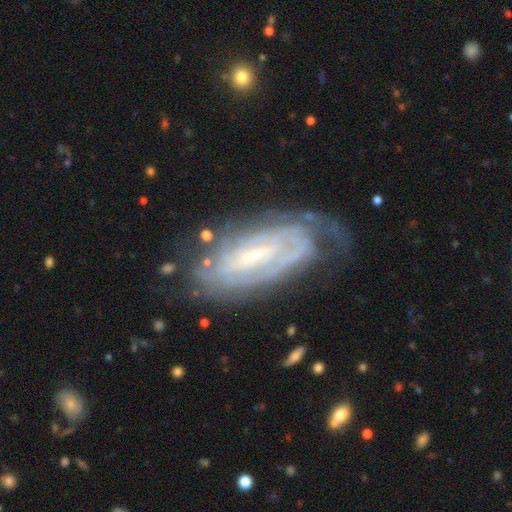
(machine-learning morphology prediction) Q: Smooth or featured?
A: featured or disk (79%); runner-up: smooth (13%)
Q: Edge-on disk?
A: no (90%); runner-up: yes (10%)
Q: Bar?
A: weak (45%); runner-up: strong (28%)
Q: Spiral arms?
A: yes (87%); runner-up: no (13%)
Q: Spiral winding?
A: tight (70%); runner-up: medium (24%)
Q: Spiral arm count?
A: can't tell (55%); runner-up: 2 (20%)
Q: Bulge size?
A: small (53%); runner-up: moderate (30%)
Q: Merging?
A: none (61%); runner-up: minor disturbance (24%)